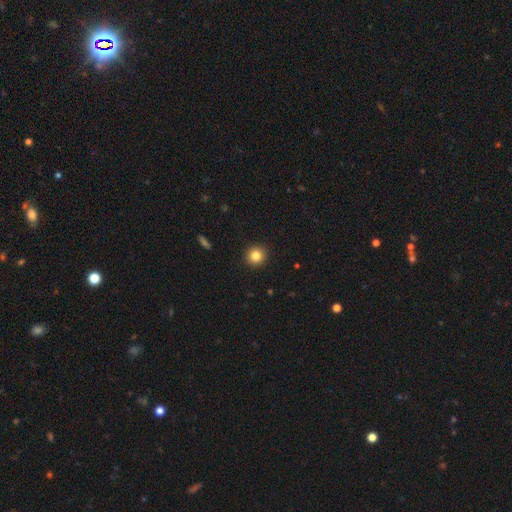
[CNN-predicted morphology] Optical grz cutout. It shows a smooth galaxy with no disk features (83%) that is round (93%). Merging: none (93%).